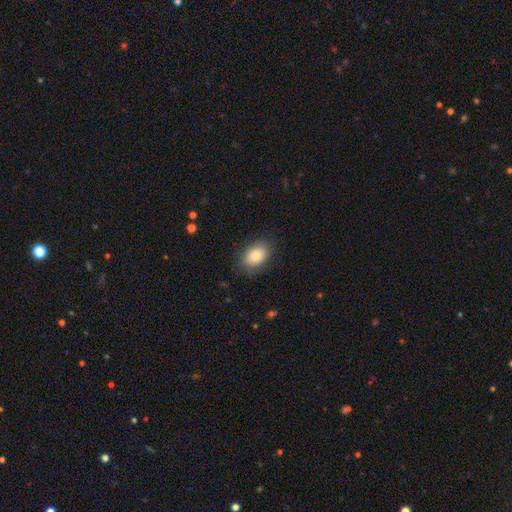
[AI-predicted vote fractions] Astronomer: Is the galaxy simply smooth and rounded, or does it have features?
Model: smooth — 85%.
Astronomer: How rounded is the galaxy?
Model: in between — 83%.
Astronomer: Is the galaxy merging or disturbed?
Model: none — 82%.